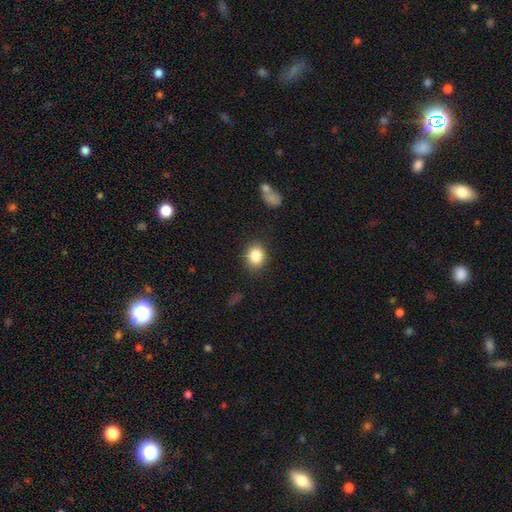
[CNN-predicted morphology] A smooth galaxy with no disk features (86%) that is round (64%). Merging: none (84%).